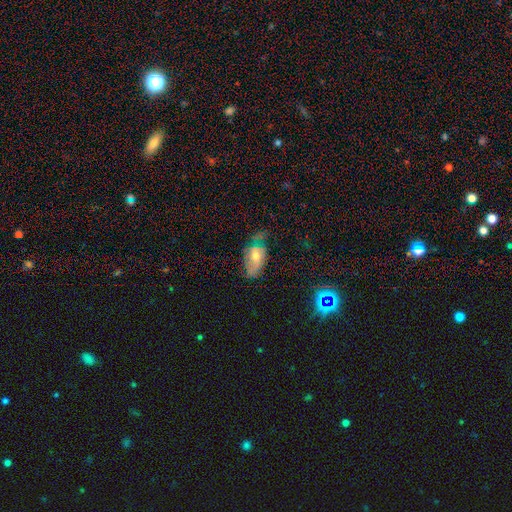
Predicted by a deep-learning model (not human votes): Q: Smooth or featured?
A: smooth (50%); runner-up: featured or disk (39%)
Q: Merging?
A: none (38%); runner-up: minor disturbance (35%)